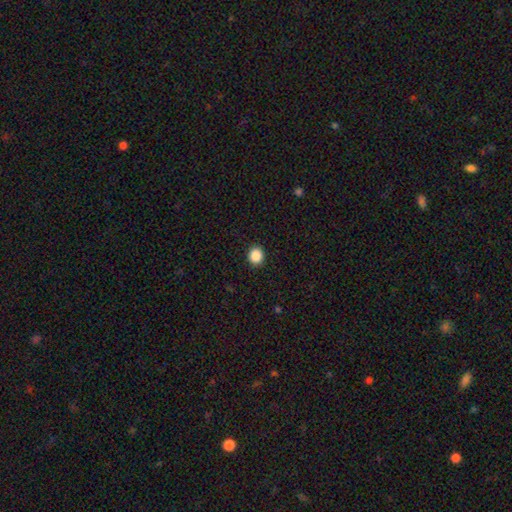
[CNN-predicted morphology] smooth_or_featured: smooth (p=0.88) [alt: star or artifact p=0.10]
how_rounded: round (p=0.80) [alt: in between p=0.19]
merging: none (p=0.92) [alt: minor disturbance p=0.05]